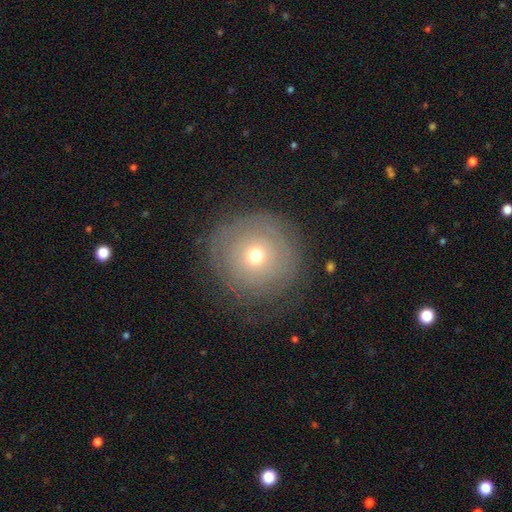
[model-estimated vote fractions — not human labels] smooth 47%, featured or disk 41%, star or artifact 13%. Down the decision tree: merging — none (78%).